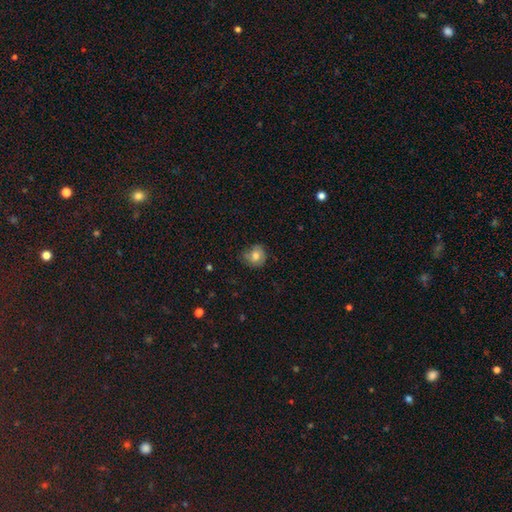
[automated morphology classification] smooth 71%, featured or disk 20%, star or artifact 9%. Down the decision tree: how rounded — round (80%); merging — none (66%).